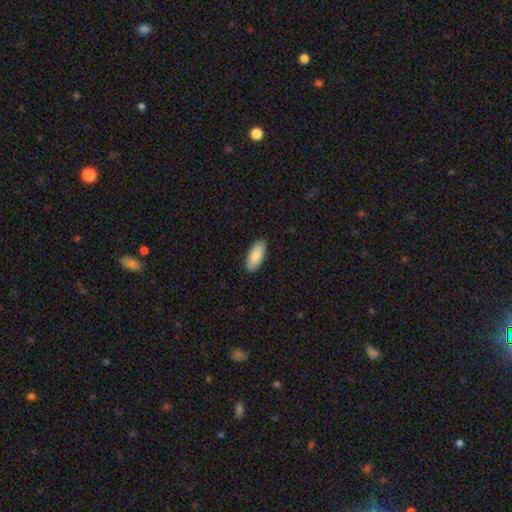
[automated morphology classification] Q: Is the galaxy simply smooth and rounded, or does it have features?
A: smooth — 88%.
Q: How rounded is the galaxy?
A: in between — 83%.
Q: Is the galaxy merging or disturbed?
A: none — 89%.